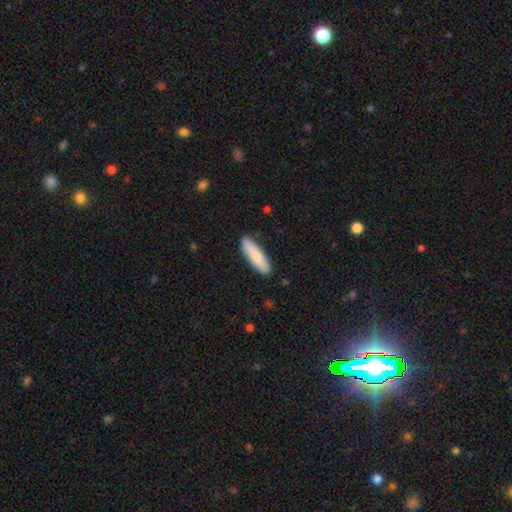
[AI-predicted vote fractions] Overall: smooth (81%). How rounded: cigar-shaped (67%; in between 32%). Merging: none (87%).